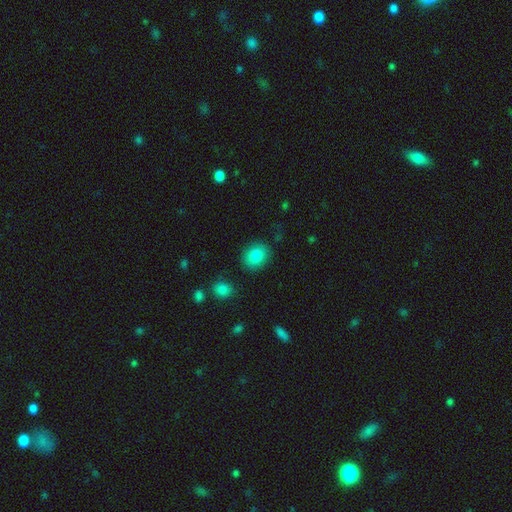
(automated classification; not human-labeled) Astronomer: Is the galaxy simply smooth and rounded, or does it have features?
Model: smooth — 84%.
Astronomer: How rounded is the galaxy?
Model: round — 60% (runner-up: in between, 39%).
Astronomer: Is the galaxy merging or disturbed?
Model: none — 86%.